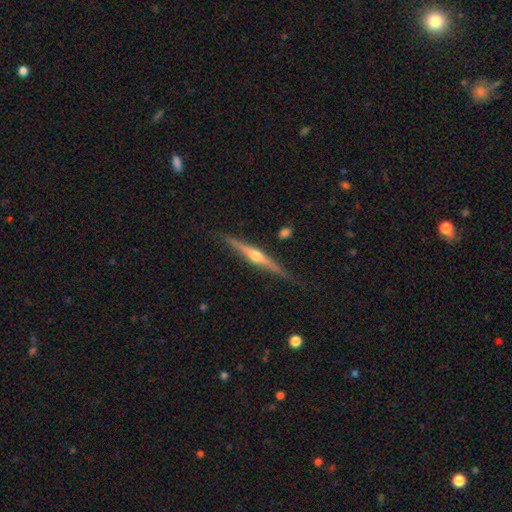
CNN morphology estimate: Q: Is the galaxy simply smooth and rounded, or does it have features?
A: featured or disk — 79%.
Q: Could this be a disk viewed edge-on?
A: yes — 98%.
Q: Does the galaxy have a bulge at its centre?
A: rounded — 92%.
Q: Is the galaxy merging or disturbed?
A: none — 85%.